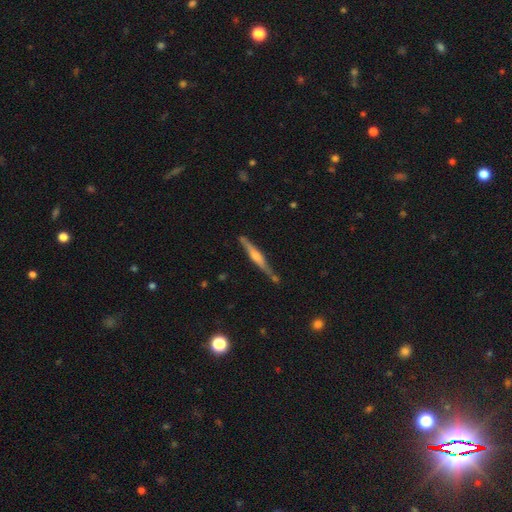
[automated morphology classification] smooth-or-featured: featured or disk: 76% | smooth: 18% | star or artifact: 6%
  disk-edge-on: yes: 98% | no: 2%
    edge-on-bulge: rounded: 73% | boxy: 17% | none: 10%
  merging: none: 82% | minor disturbance: 12% | merger: 4% | major disturbance: 2%